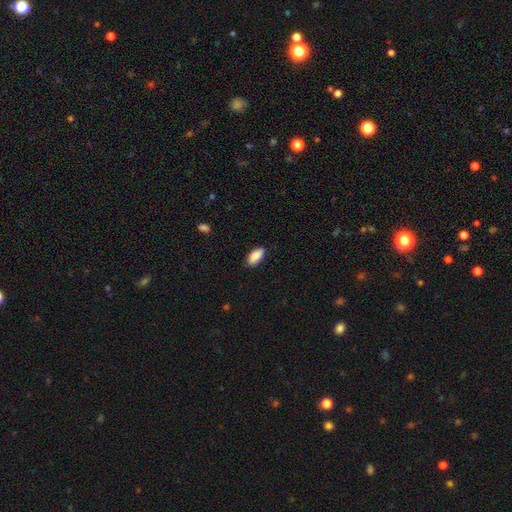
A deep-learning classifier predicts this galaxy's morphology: This is clearly a smooth galaxy (90%). How rounded: clearly in between (91%). Merging: clearly none (86%).